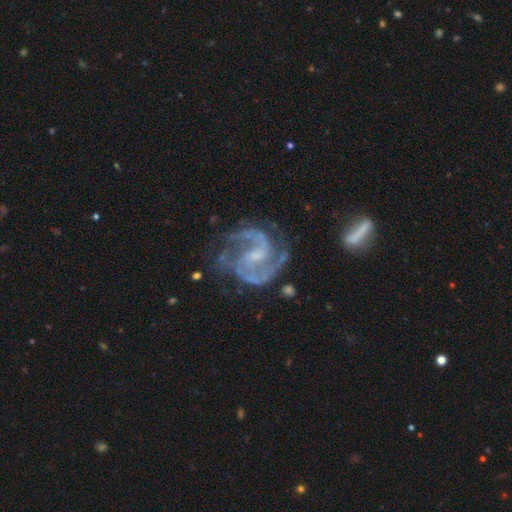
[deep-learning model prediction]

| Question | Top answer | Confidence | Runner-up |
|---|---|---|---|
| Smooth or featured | featured or disk | 92% | star or artifact (5%) |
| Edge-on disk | no | 98% | yes (2%) |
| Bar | weak | 51% | no (25%) |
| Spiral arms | yes | 98% | no (2%) |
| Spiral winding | medium | 59% | tight (30%) |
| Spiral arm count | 2 | 83% | 3 (8%) |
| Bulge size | small | 54% | moderate (24%) |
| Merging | none | 65% | minor disturbance (19%) |